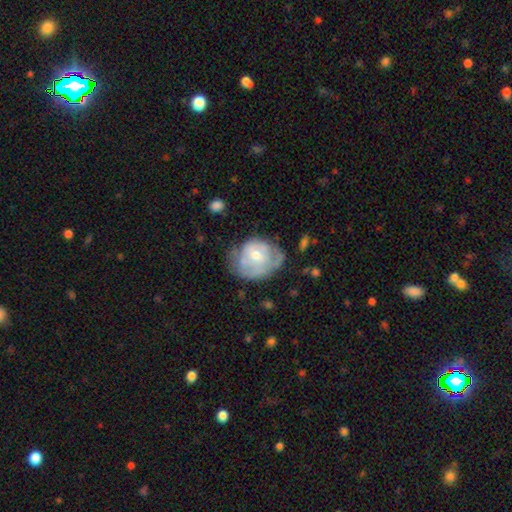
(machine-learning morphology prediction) A featured or disk galaxy (53%) with no bar (76%), no spiral arms (51%) and a moderate central bulge (50%).

Vote fractions:
- Smooth or featured? featured or disk: 53% / smooth: 41% / star or artifact: 7%
- Edge-on disk? no: 97% / yes: 3%
- Bar? no: 76% / weak: 20% / strong: 3%
- Spiral arms? no: 51% / yes: 49%
- Bulge size? moderate: 50% / small: 43% / large: 3% / none: 2% / dominant: 1%
- Merging? none: 43% / minor disturbance: 32% / major disturbance: 21% / merger: 4%